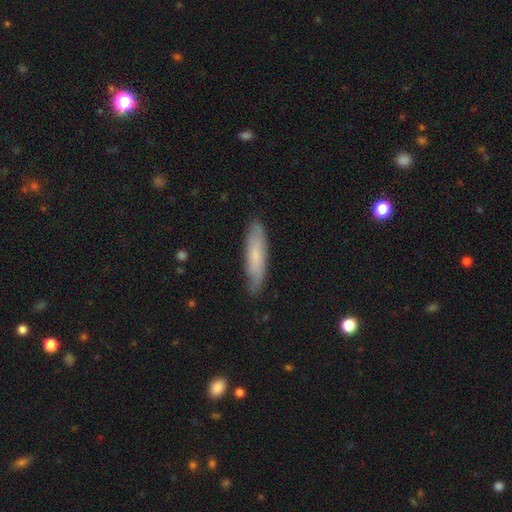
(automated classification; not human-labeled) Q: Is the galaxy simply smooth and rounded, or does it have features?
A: smooth — 65%.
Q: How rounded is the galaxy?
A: cigar-shaped — 77%.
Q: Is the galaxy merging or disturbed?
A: none — 82%.